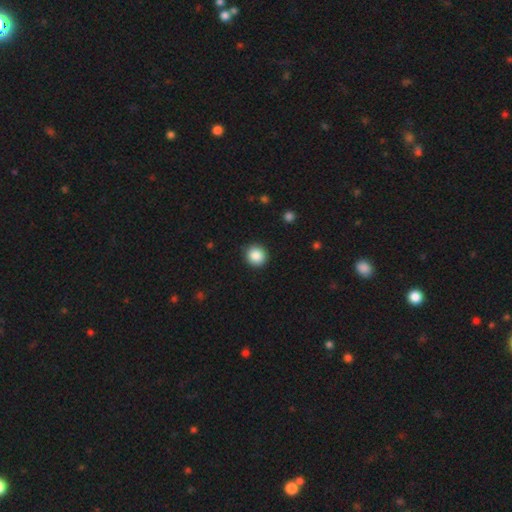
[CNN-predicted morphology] Q: Smooth or featured?
A: smooth (88%); runner-up: star or artifact (9%)
Q: How rounded?
A: round (90%); runner-up: in between (9%)
Q: Merging?
A: none (90%); runner-up: minor disturbance (7%)